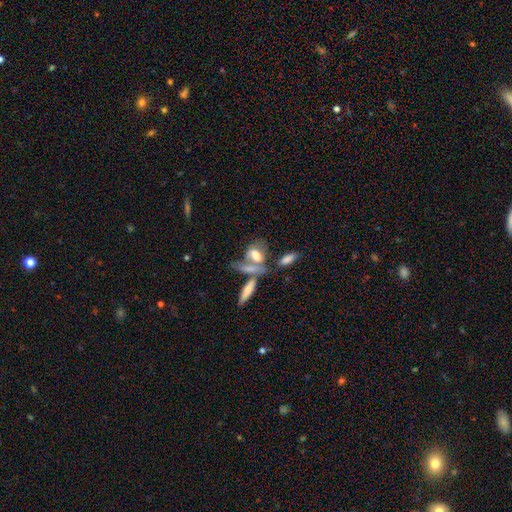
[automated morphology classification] smooth_or_featured: smooth (p=0.58) [alt: featured or disk p=0.32]
how_rounded: in between (p=0.75) [alt: cigar-shaped p=0.17]
merging: merger (p=0.42) [alt: none p=0.32]